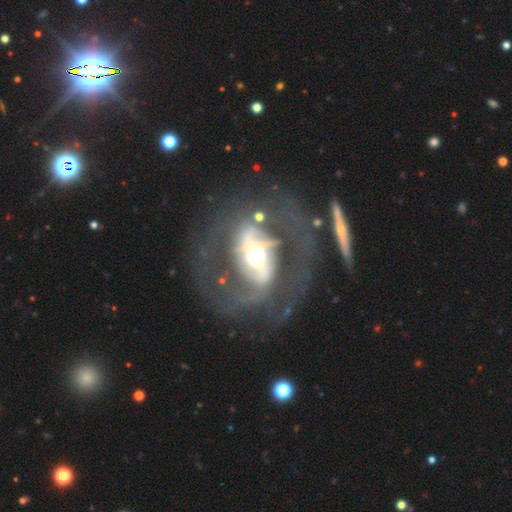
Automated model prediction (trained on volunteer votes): Overall: featured or disk (79%). Edge-on disk: no (93%). Bar: strong (42%; no 34%). Spiral arms: yes (73%). Spiral arm count: 2 (61%). Spiral winding: medium (41%; loose 37%). Bulge size: moderate (57%; large 26%). Merging: none (43%; major disturbance 35%).